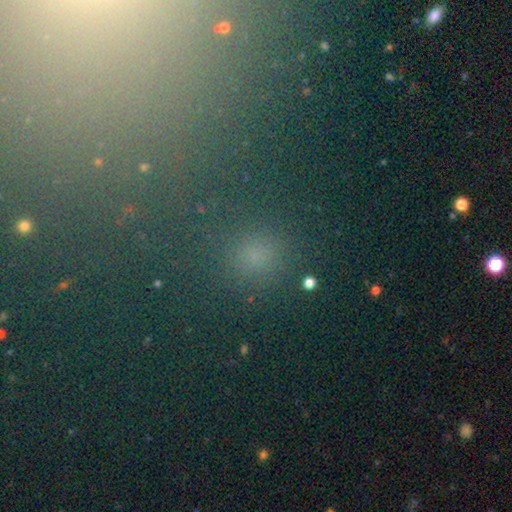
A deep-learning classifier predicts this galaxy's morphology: This is possibly a smooth galaxy (56%). How rounded: clearly round (83%). Merging: clearly none (85%).